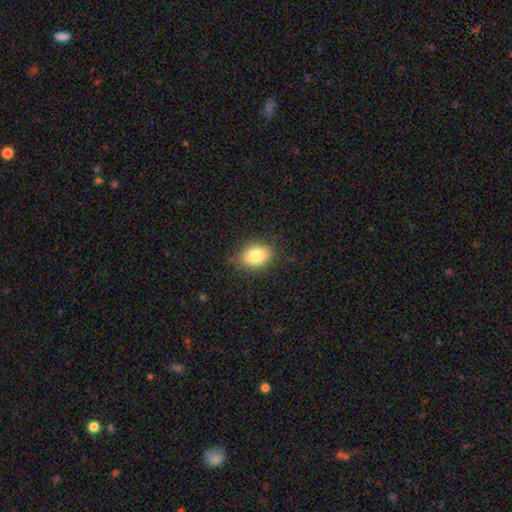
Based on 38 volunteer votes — smooth 87%, star or artifact 8%, featured or disk 5%. Down the decision tree: how rounded — in between (58%); merging — none (83%).